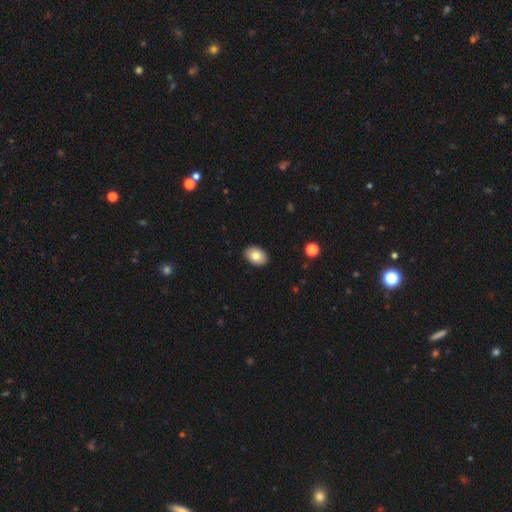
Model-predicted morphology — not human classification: A smooth galaxy with no disk features (80%) that is in between round and cigar-shaped (85%). Merging: none (90%).